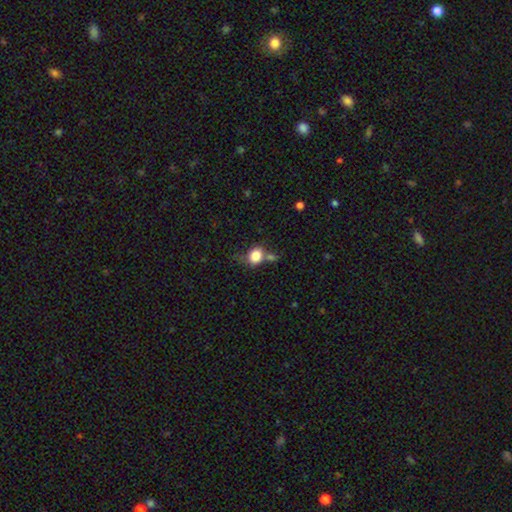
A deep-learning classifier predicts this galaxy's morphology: Smooth or featured?
  - smooth: 82% *
  - star or artifact: 10%
  - featured or disk: 8%
How rounded?
  - round: 55% *
  - in between: 44%
  - cigar-shaped: 1%
Merging?
  - none: 46% *
  - merger: 24%
  - minor disturbance: 20%
  - major disturbance: 9%